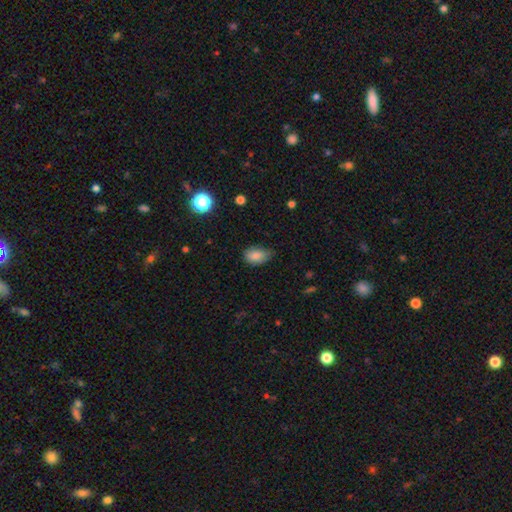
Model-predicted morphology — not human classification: type=smooth (84%); roundness=in between (84%); merging=none (57%).